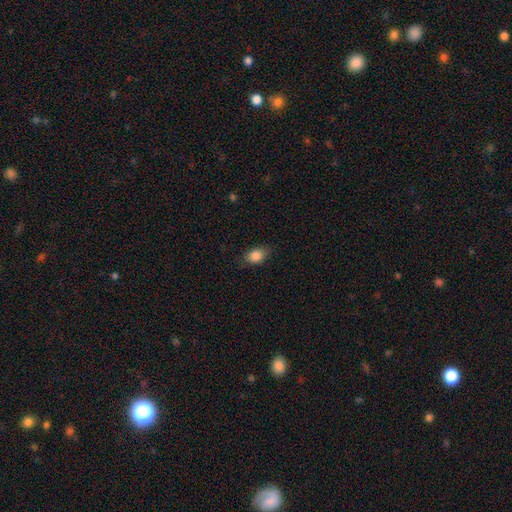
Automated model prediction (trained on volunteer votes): A smooth galaxy with no disk features (85%) that is in between round and cigar-shaped (75%).

Vote fractions:
- Smooth or featured? smooth: 85% / star or artifact: 8% / featured or disk: 6%
- How rounded? in between: 75% / round: 23% / cigar-shaped: 2%
- Merging? none: 80% / minor disturbance: 16% / major disturbance: 3% / merger: 1%